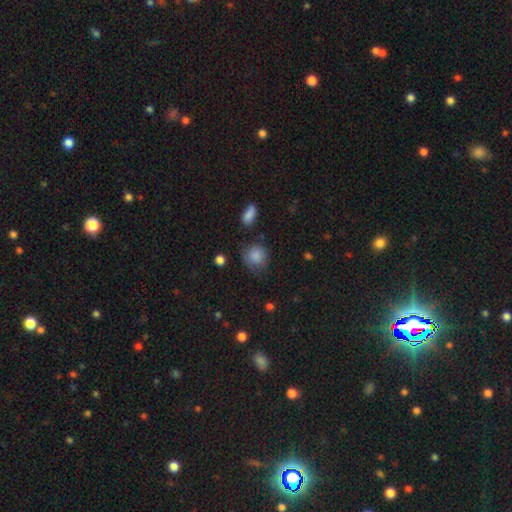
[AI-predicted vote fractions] Smooth or featured? smooth (82%)
How rounded? round (79%)
Merging? none (61%)